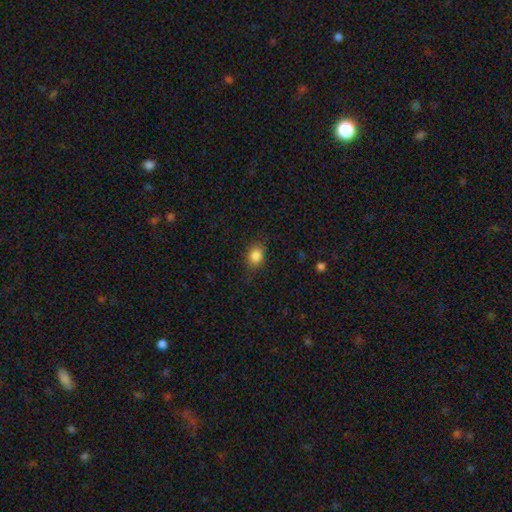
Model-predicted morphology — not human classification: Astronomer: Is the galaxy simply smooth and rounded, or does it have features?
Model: smooth — 85%.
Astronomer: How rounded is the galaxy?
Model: in between — 55% (runner-up: round, 44%).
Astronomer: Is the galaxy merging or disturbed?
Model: none — 81%.